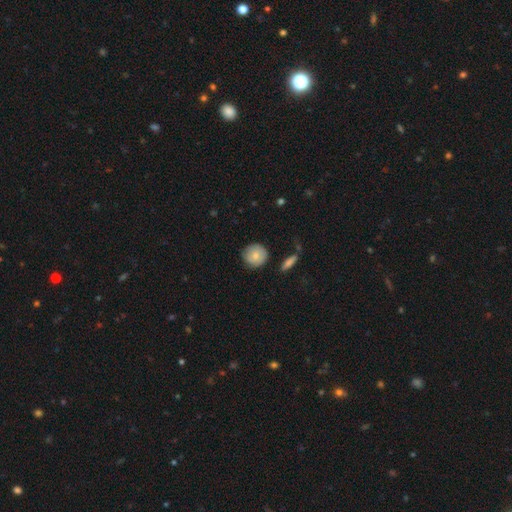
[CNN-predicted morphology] Q: Smooth or featured?
A: smooth (75%); runner-up: featured or disk (18%)
Q: How rounded?
A: round (91%); runner-up: in between (7%)
Q: Merging?
A: none (80%); runner-up: minor disturbance (15%)